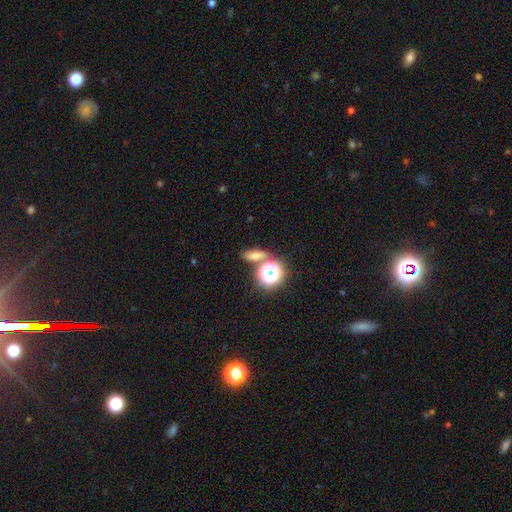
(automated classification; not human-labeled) The model was most divided on "how rounded": in between: 50%, round: 32%, cigar-shaped: 18%. More confident: merging — none (67%); smooth or featured — smooth (64%).